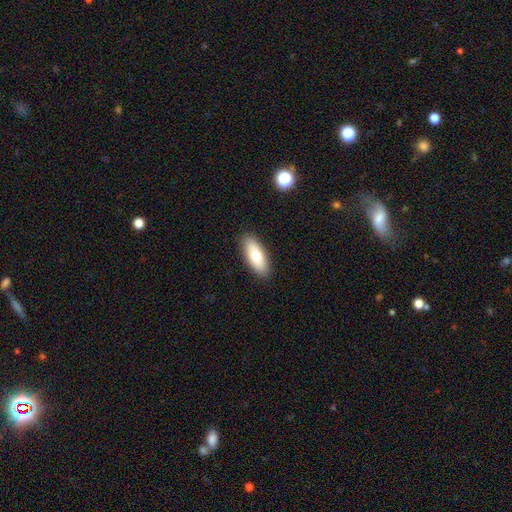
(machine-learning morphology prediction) smooth-or-featured: smooth: 72% | featured or disk: 22% | star or artifact: 6%
  how-rounded: in between: 76% | cigar-shaped: 21% | round: 2%
  merging: none: 89% | minor disturbance: 8% | major disturbance: 2% | merger: 1%